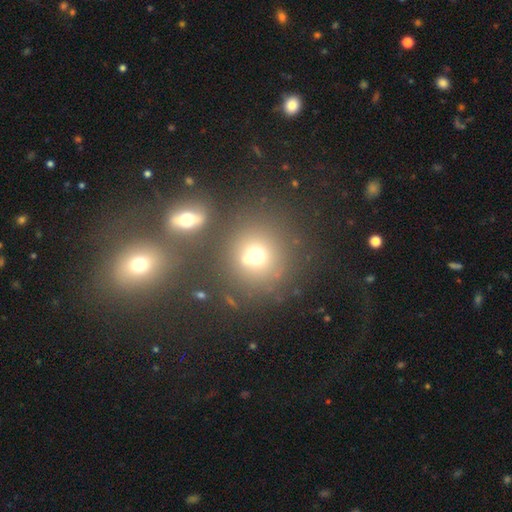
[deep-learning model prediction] Smooth or featured: smooth — 66% (star or artifact — 19%)
How rounded: round — 88% (in between — 11%)
Merging: none — 60% (merger — 26%)